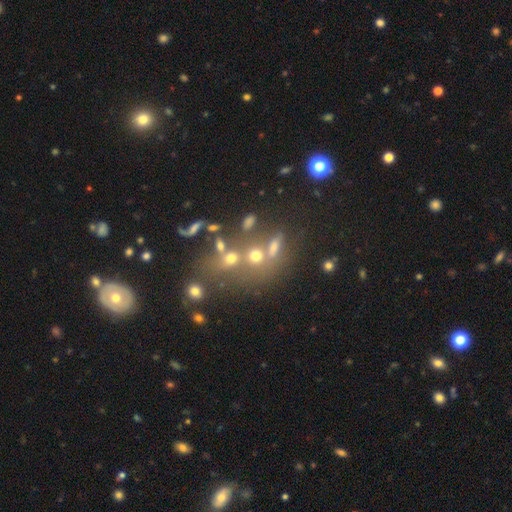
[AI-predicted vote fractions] This appears to be a smooth galaxy with no disk features (49%). Merging: none (43%).